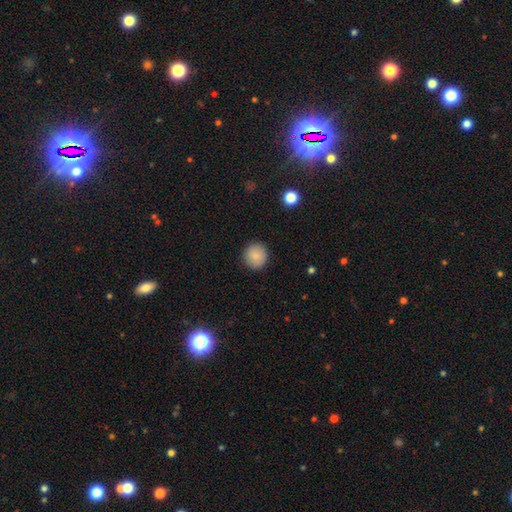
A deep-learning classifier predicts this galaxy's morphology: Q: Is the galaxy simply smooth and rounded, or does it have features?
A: smooth — 88%.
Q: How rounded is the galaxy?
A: round — 93%.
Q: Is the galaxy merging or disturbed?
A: none — 91%.